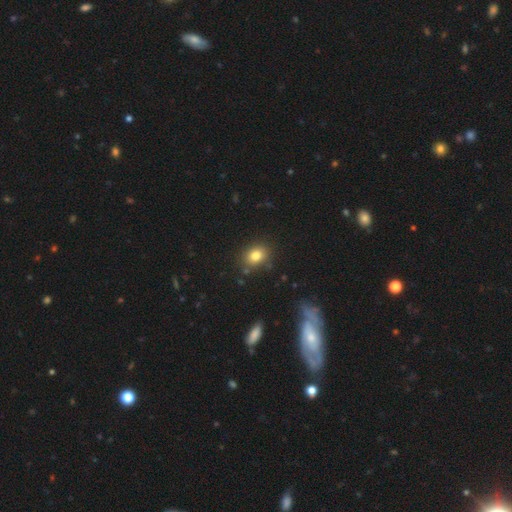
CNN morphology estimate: A smooth galaxy with no disk features (81%) that is in between round and cigar-shaped (53%).

Vote fractions:
- Smooth or featured? smooth: 81% / star or artifact: 11% / featured or disk: 8%
- How rounded? in between: 53% / round: 46% / cigar-shaped: 1%
- Merging? none: 84% / minor disturbance: 11% / major disturbance: 3% / merger: 3%